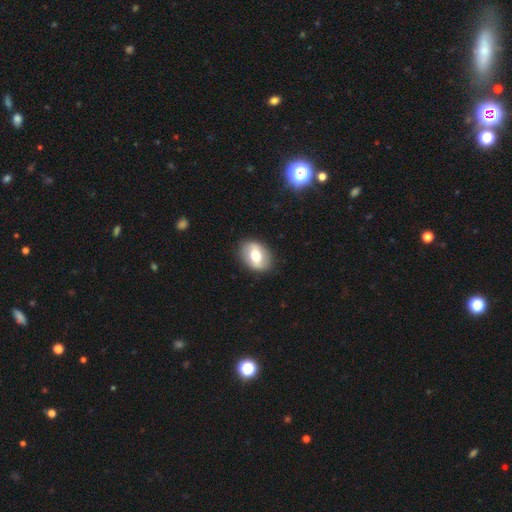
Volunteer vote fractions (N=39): Morphology: type=smooth (49%); roundness=in between (53%); merging=none (95%).